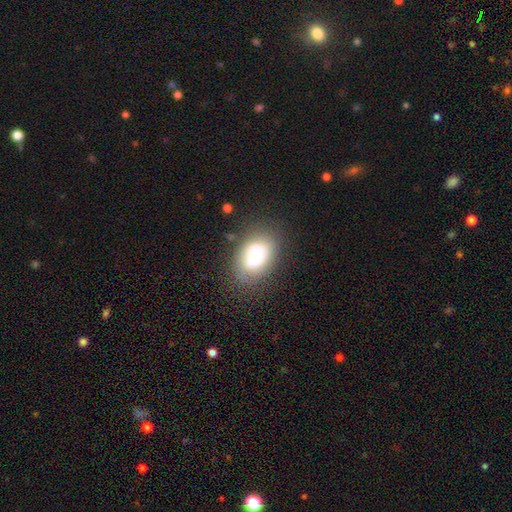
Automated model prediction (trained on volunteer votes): A smooth galaxy with no disk features (67%) that is in between round and cigar-shaped (82%). Merging: none (53%).